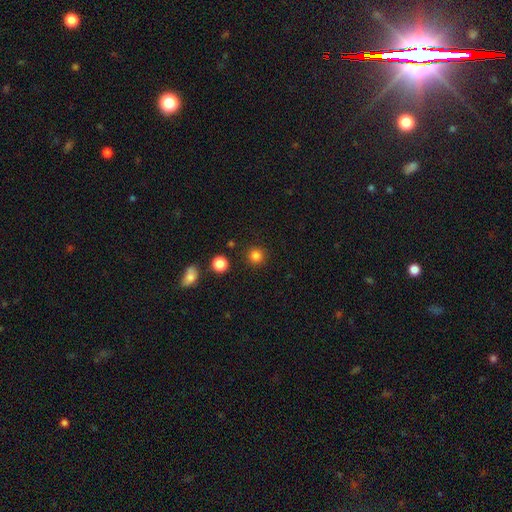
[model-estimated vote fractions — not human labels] Overall: smooth (83%). How rounded: round (94%). Merging: none (91%).